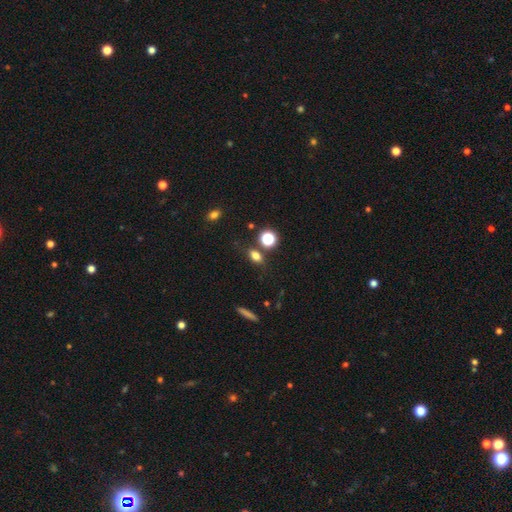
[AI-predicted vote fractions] This appears to be a smooth galaxy with no disk features (75%) that is in between round and cigar-shaped (65%). Merging: none (74%).